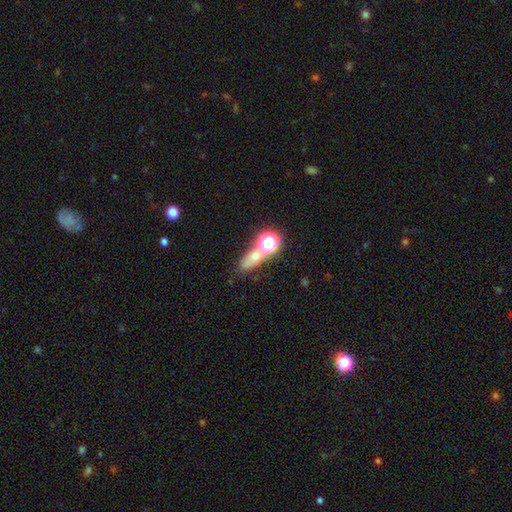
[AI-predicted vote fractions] Morphology: type=smooth (49%); merging=none (52%).